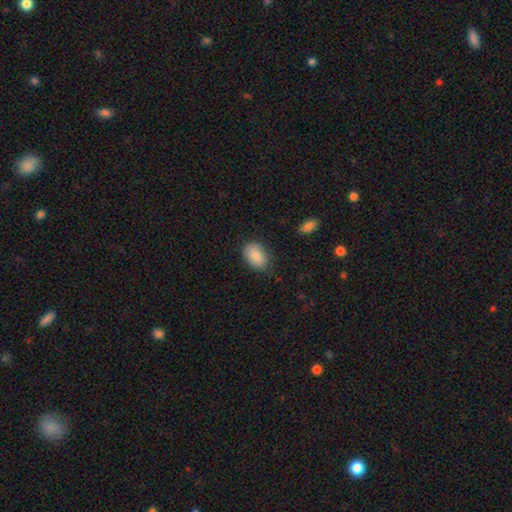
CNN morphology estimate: A smooth galaxy with no disk features (83%) that is in between round and cigar-shaped (83%).

Vote fractions:
- Smooth or featured? smooth: 83% / featured or disk: 10% / star or artifact: 7%
- How rounded? in between: 83% / round: 16% / cigar-shaped: 1%
- Merging? none: 73% / minor disturbance: 22% / major disturbance: 4% / merger: 1%